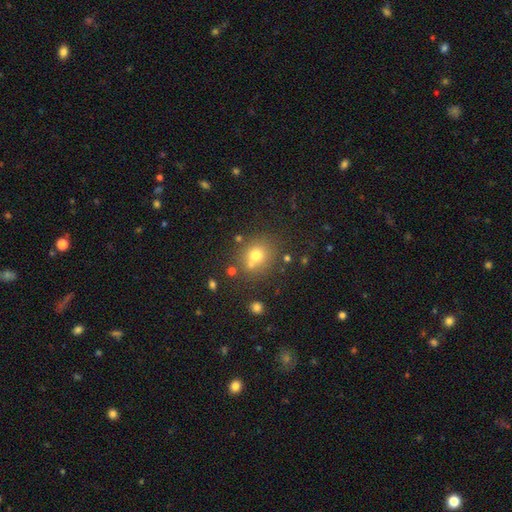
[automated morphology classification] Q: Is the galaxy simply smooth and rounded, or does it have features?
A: smooth — 70%.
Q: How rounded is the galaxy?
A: round — 79%.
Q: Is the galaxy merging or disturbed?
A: none — 66%.